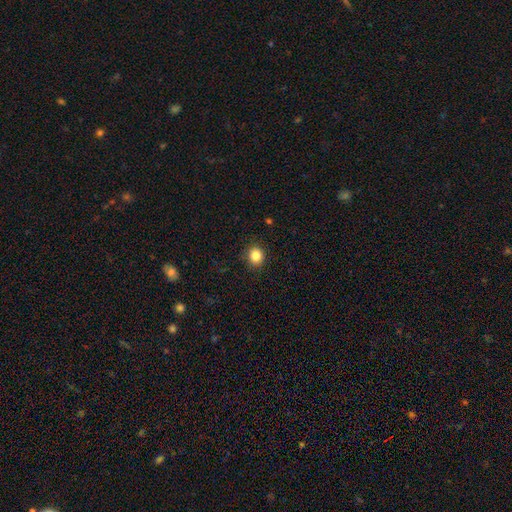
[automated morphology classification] smooth 85%, star or artifact 11%, featured or disk 5%. Down the decision tree: how rounded — round (82%); merging — none (90%).